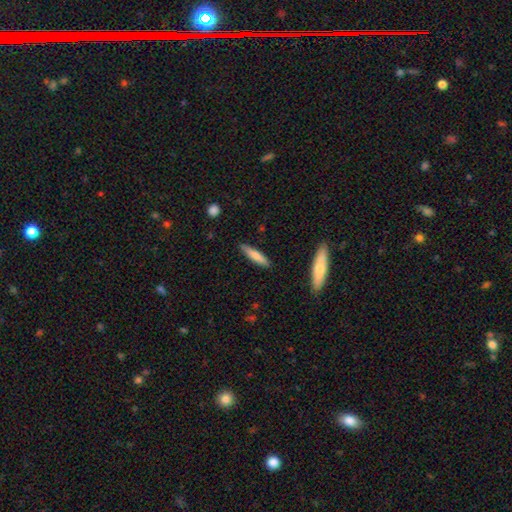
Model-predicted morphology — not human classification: smooth 74%, featured or disk 21%, star or artifact 5%. Down the decision tree: how rounded — cigar-shaped (83%); merging — none (88%).